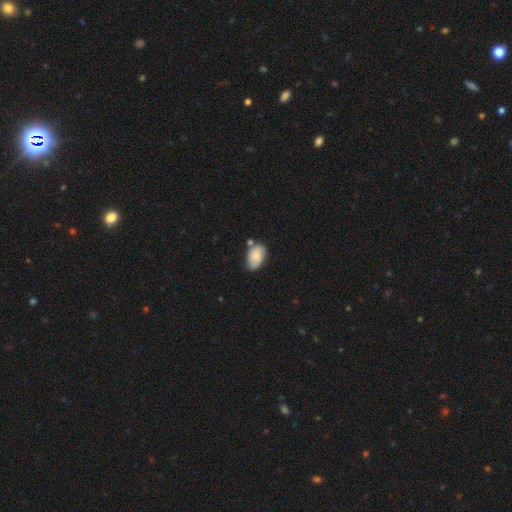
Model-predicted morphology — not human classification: smooth-or-featured: smooth: 74% | featured or disk: 19% | star or artifact: 7%
  how-rounded: in between: 90% | round: 8% | cigar-shaped: 1%
  merging: none: 59% | minor disturbance: 24% | merger: 12% | major disturbance: 5%